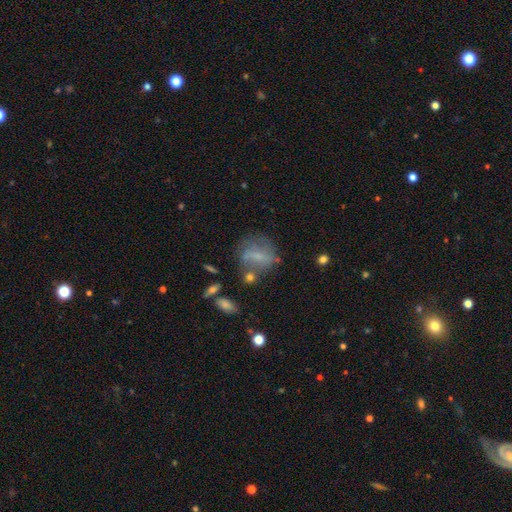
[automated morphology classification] A smooth galaxy with no disk features (46%). Merging: none (53%).